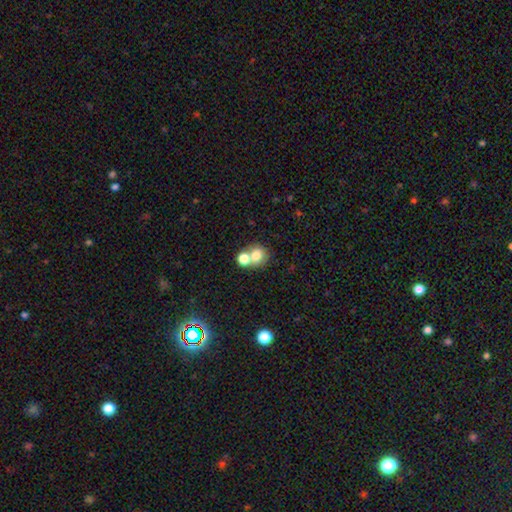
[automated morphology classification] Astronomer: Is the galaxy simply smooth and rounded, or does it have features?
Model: smooth — 75%.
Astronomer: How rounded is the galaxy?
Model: round — 76%.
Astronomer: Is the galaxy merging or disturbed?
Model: merger — 50% (runner-up: none, 40%).